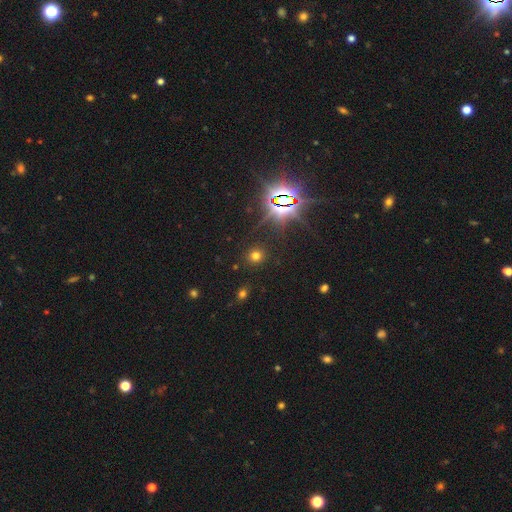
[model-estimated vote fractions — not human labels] Morphology: type=smooth (62%); roundness=round (88%); merging=none (88%).